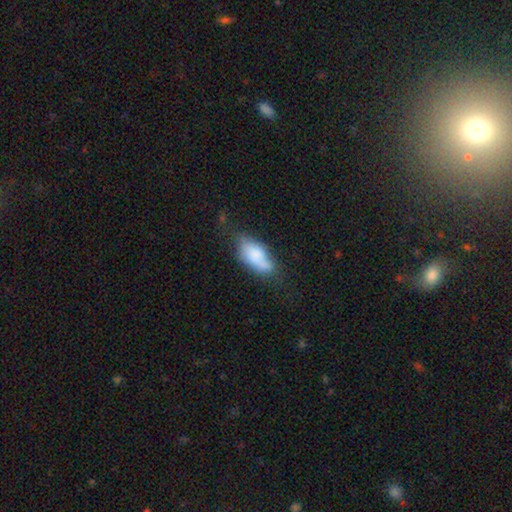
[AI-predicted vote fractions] Overall: smooth (74%). How rounded: in between (85%). Merging: none (44%; minor disturbance 34%).